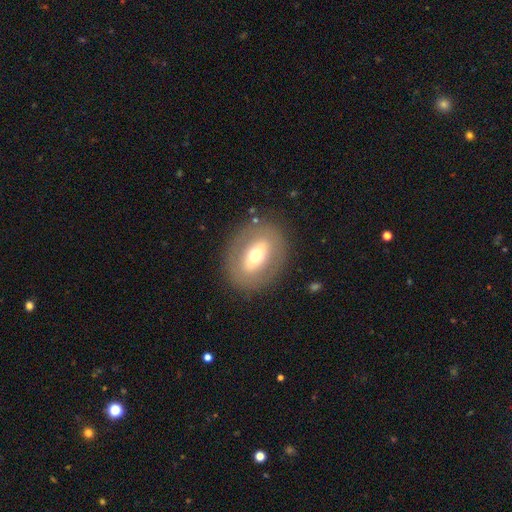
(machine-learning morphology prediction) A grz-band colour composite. It shows a smooth galaxy with no disk features (46%). Merging: none (83%).